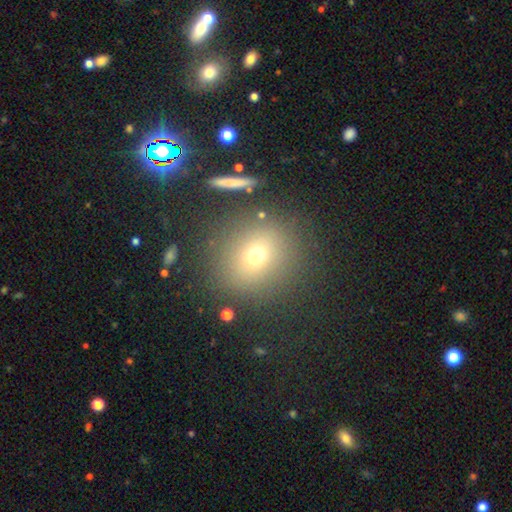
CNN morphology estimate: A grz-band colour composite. It shows a smooth galaxy with no disk features (67%) that is round (84%). Merging: none (84%).